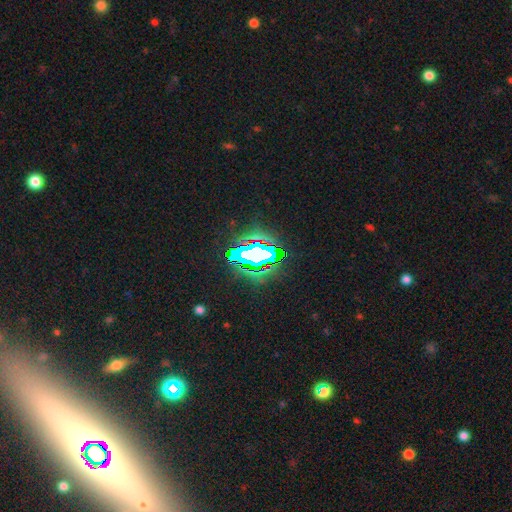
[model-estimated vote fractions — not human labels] A star or artifact, not a galaxy (64%).

Vote fractions:
- Smooth or featured? star or artifact: 64% / smooth: 18% / featured or disk: 18%